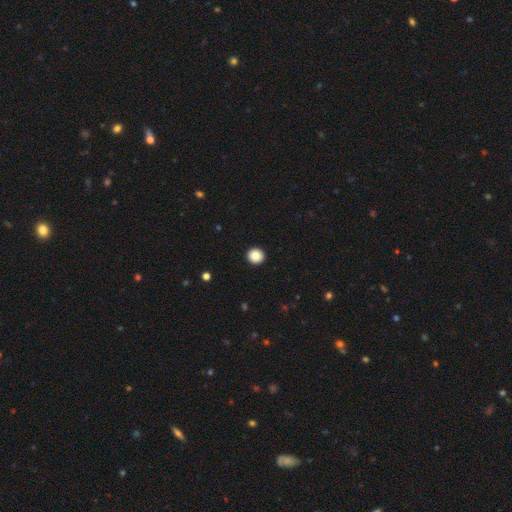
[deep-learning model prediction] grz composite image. It shows a smooth galaxy with no disk features (86%) that is round (94%). Merging: none (94%).